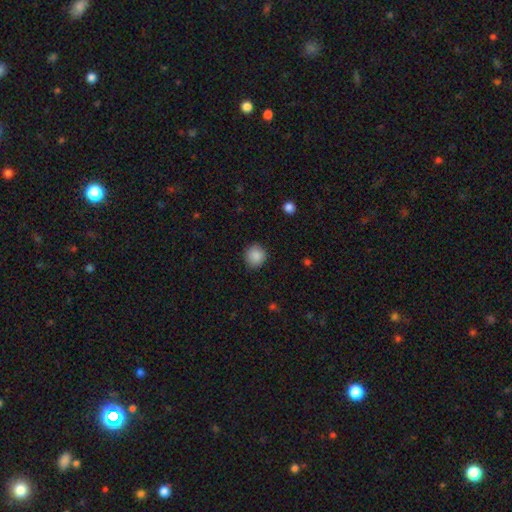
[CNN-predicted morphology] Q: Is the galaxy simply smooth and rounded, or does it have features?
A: smooth — 88%.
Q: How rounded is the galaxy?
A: round — 90%.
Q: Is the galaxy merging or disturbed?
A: none — 88%.